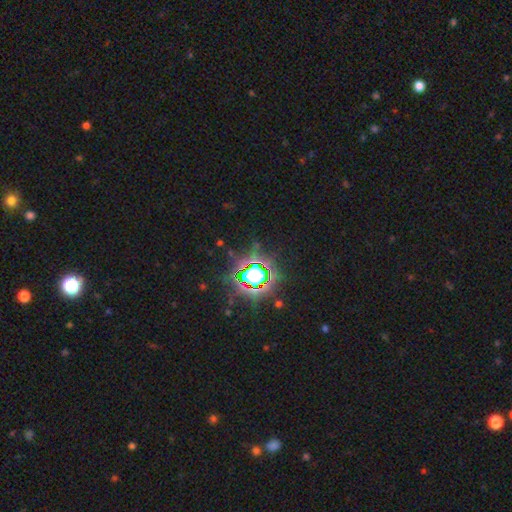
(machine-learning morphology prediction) Smooth or featured? star or artifact (82%)